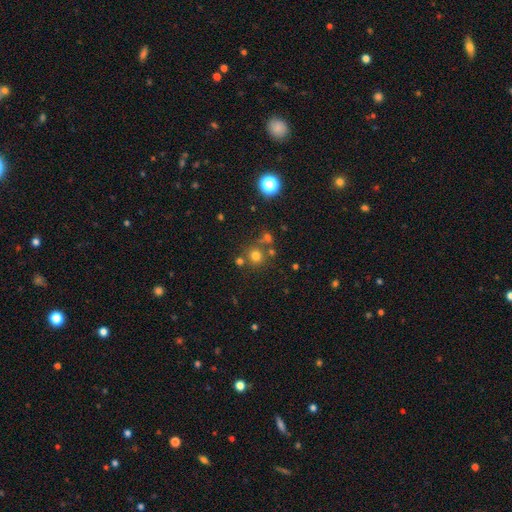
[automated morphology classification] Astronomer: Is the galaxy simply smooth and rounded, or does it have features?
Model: smooth — 70%.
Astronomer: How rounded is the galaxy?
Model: round — 90%.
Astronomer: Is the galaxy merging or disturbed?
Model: none — 70%.